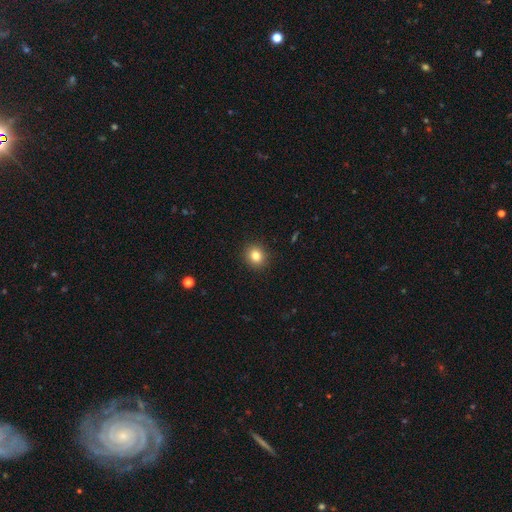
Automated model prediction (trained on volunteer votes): Smooth or featured? smooth (82%)
How rounded? round (81%)
Merging? none (91%)